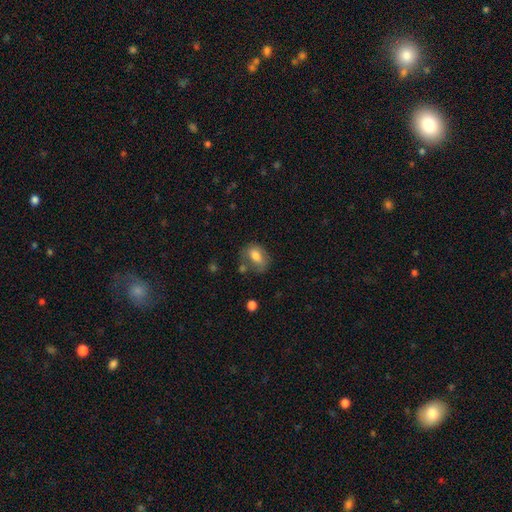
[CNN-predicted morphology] Overall: smooth (74%). How rounded: in between (81%). Merging: none (56%; minor disturbance 24%).